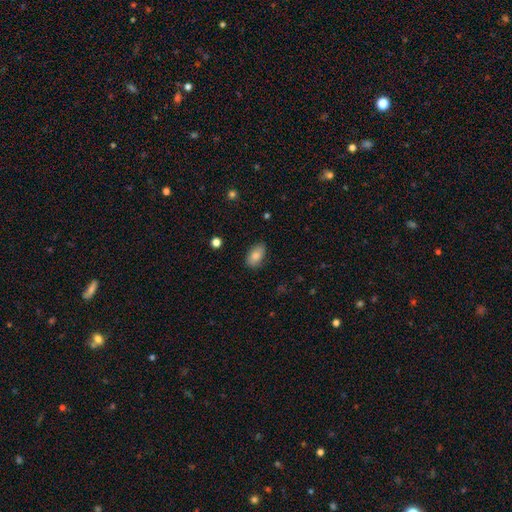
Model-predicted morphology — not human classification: type=smooth (82%); roundness=in between (92%); merging=none (80%).